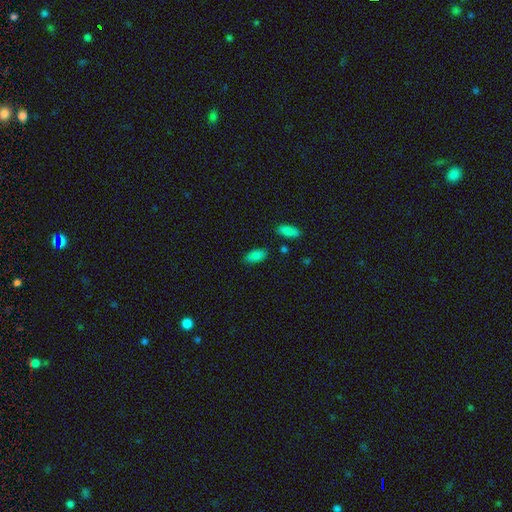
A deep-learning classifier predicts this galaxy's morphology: This is clearly a smooth galaxy (86%). How rounded: clearly in between (92%). Merging: clearly none (82%).